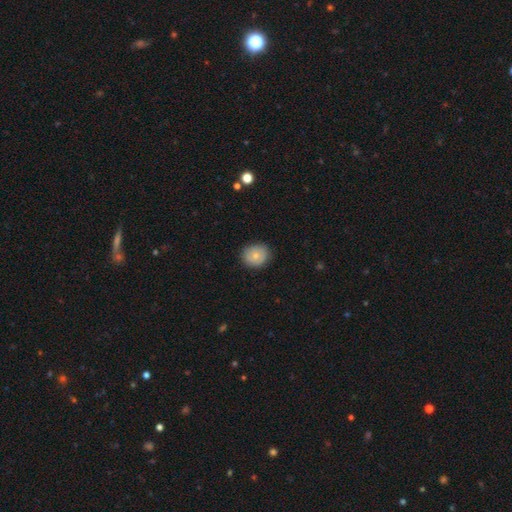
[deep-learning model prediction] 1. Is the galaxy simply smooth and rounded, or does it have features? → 71% smooth, 21% featured or disk, 8% star or artifact.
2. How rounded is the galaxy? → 76% round, 23% in between, 1% cigar-shaped.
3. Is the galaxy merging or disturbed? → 85% none, 12% minor disturbance, 3% major disturbance, 1% merger.